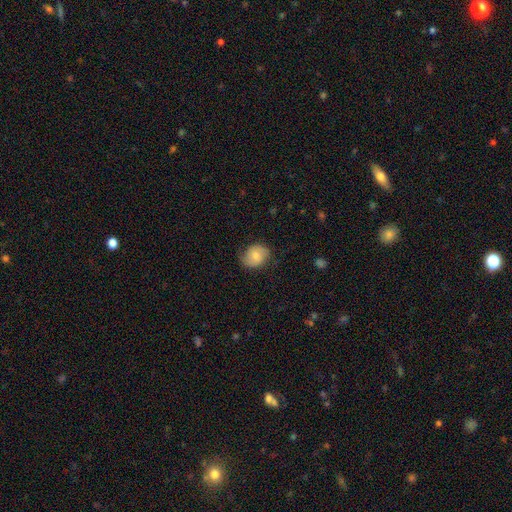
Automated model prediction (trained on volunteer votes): Smooth or featured?
  - smooth: 66% *
  - featured or disk: 26%
  - star or artifact: 8%
How rounded?
  - round: 54% *
  - in between: 45%
  - cigar-shaped: 1%
Merging?
  - none: 73% *
  - minor disturbance: 21%
  - major disturbance: 5%
  - merger: 1%